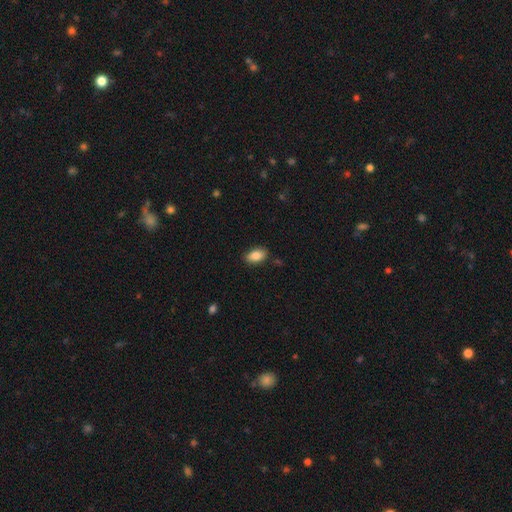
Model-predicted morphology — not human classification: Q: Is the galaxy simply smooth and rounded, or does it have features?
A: smooth — 86%.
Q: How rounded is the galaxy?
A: in between — 92%.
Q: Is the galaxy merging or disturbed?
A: none — 86%.